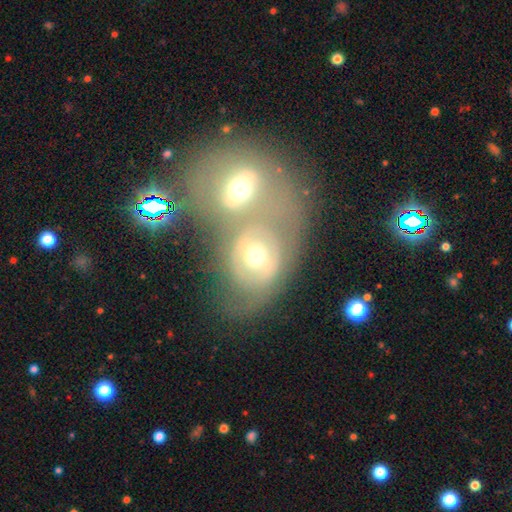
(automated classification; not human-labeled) Smooth or featured? Predicted: featured or disk (p=0.55). Edge-on disk? Predicted: no (p=0.94). Bar? Predicted: no (p=0.66). Spiral arms? Predicted: no (p=0.64). Bulge size? Predicted: moderate (p=0.68). Merging? Predicted: merger (p=0.61).